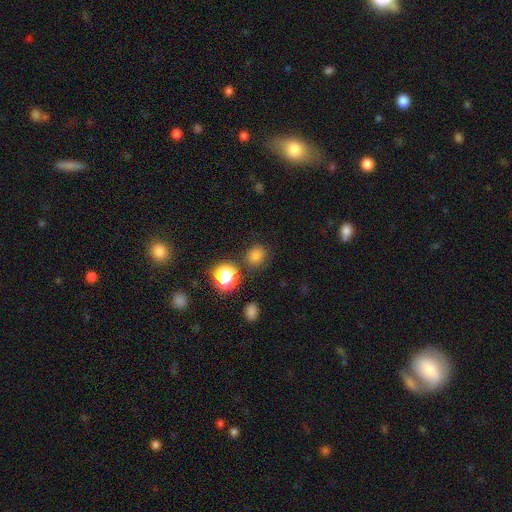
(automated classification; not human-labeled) Morphology: type=smooth (76%); roundness=round (77%); merging=none (82%).